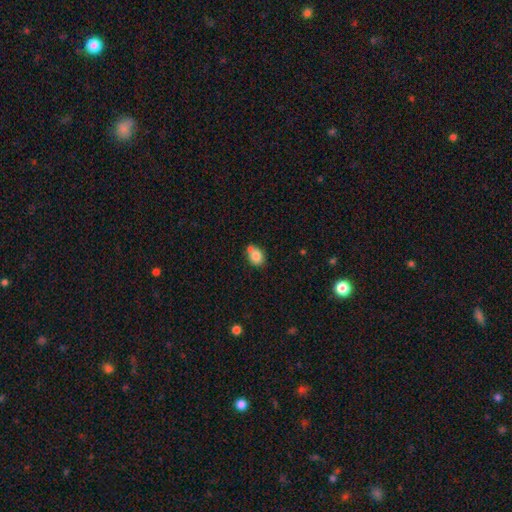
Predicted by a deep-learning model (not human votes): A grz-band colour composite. It shows a smooth galaxy with no disk features (82%) that is in between round and cigar-shaped (51%). Merging: none (54%).